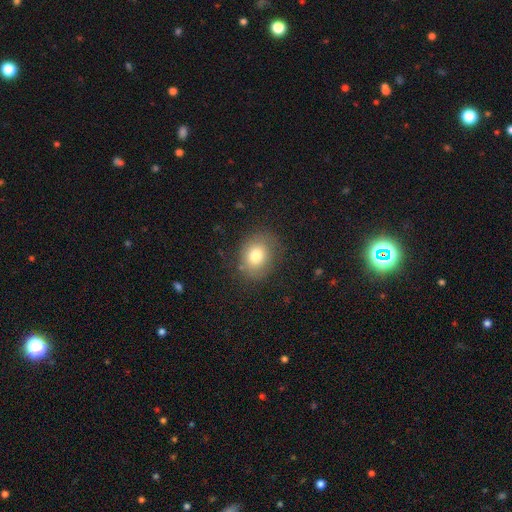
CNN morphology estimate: Smooth or featured? Predicted: smooth (p=0.76). How rounded? Predicted: round (p=0.56). Merging? Predicted: none (p=0.78).